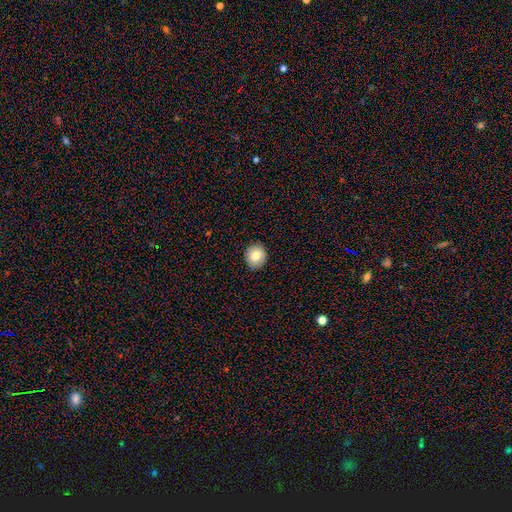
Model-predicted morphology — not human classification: This appears to be a smooth galaxy with no disk features (81%) that is round (81%). Merging: none (91%).